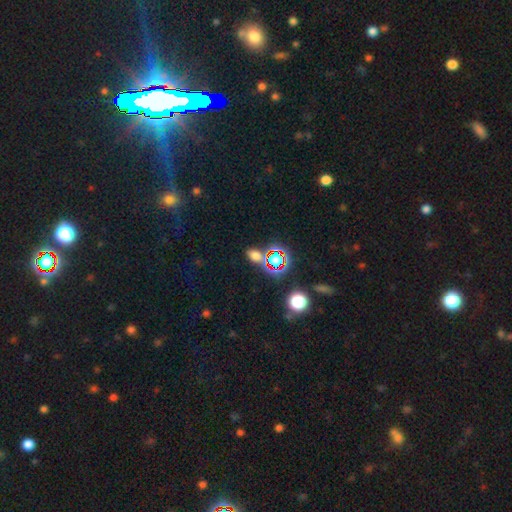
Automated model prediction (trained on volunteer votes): smooth_or_featured: smooth (p=0.55) [alt: star or artifact p=0.37]
how_rounded: in between (p=0.68) [alt: round p=0.29]
merging: none (p=0.73) [alt: minor disturbance p=0.12]